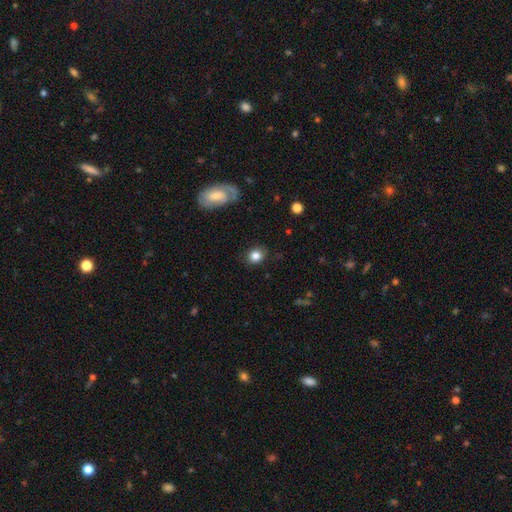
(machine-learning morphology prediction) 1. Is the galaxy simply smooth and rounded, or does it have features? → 82% smooth, 10% star or artifact, 8% featured or disk.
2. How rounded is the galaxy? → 72% round, 27% in between, 1% cigar-shaped.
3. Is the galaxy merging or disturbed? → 86% none, 10% minor disturbance, 3% major disturbance, 1% merger.